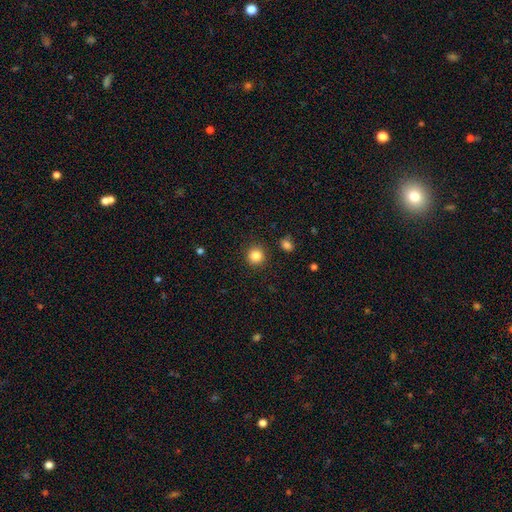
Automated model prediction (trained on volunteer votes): Smooth or featured?
  - smooth: 85% *
  - star or artifact: 11%
  - featured or disk: 5%
How rounded?
  - round: 92% *
  - in between: 7%
  - cigar-shaped: 1%
Merging?
  - none: 90% *
  - minor disturbance: 6%
  - major disturbance: 2%
  - merger: 2%